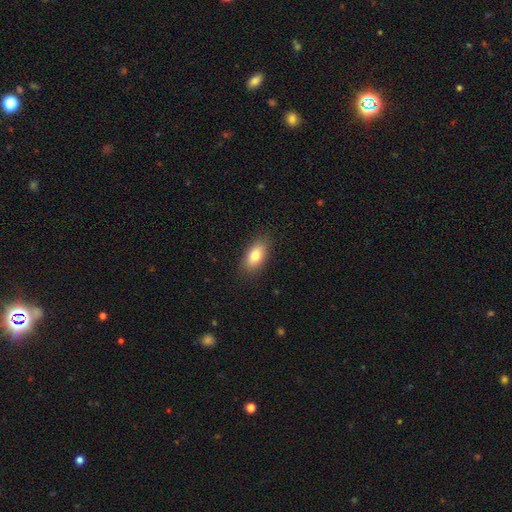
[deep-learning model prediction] Smooth or featured?
  - smooth: 79% *
  - featured or disk: 14%
  - star or artifact: 8%
How rounded?
  - in between: 87% *
  - cigar-shaped: 7%
  - round: 6%
Merging?
  - none: 87% *
  - minor disturbance: 10%
  - major disturbance: 2%
  - merger: 1%